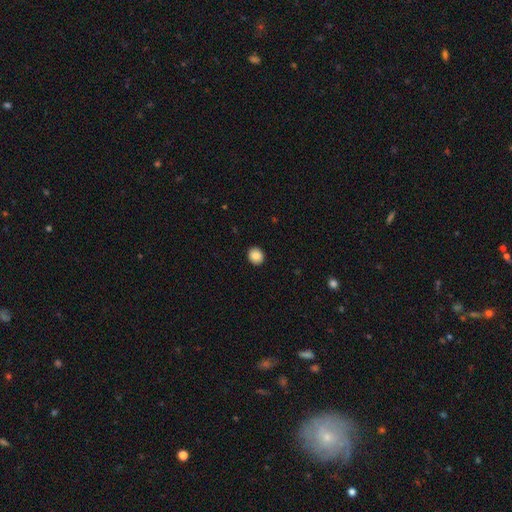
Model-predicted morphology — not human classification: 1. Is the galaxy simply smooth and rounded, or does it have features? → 88% smooth, 8% star or artifact, 4% featured or disk.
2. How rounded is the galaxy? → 81% round, 18% in between, 1% cigar-shaped.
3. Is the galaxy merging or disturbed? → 92% none, 5% minor disturbance, 2% major disturbance, 1% merger.